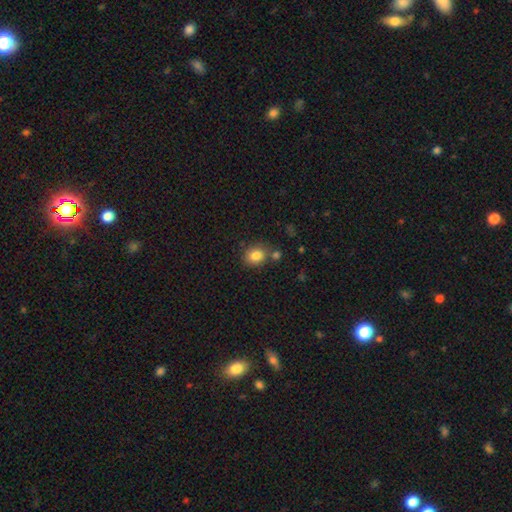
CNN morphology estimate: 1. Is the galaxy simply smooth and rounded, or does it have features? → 83% smooth, 10% star or artifact, 7% featured or disk.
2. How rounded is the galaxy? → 53% round, 46% in between, 1% cigar-shaped.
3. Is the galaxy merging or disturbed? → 70% none, 14% merger, 12% minor disturbance, 4% major disturbance.